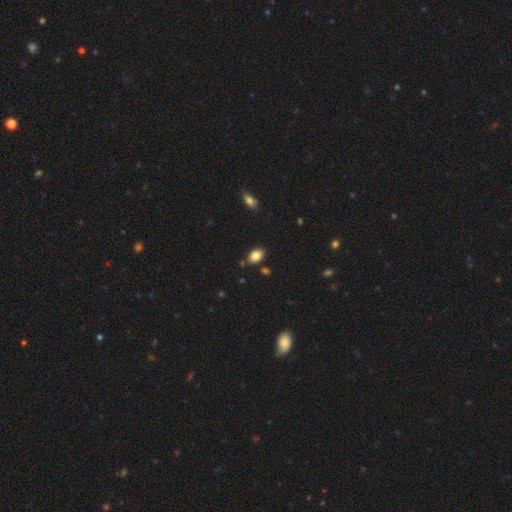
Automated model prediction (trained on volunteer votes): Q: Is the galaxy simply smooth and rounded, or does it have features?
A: smooth — 83%.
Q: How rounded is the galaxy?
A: in between — 87%.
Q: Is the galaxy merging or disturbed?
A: none — 83%.